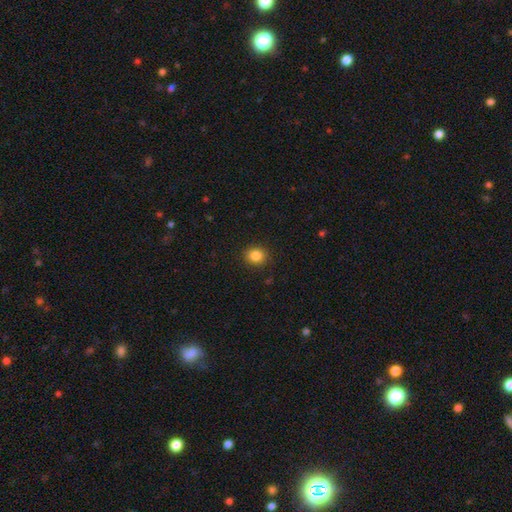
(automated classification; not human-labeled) The model was most divided on "how rounded": round: 78%, in between: 21%, cigar-shaped: 1%. More confident: merging — none (89%); smooth or featured — smooth (85%).